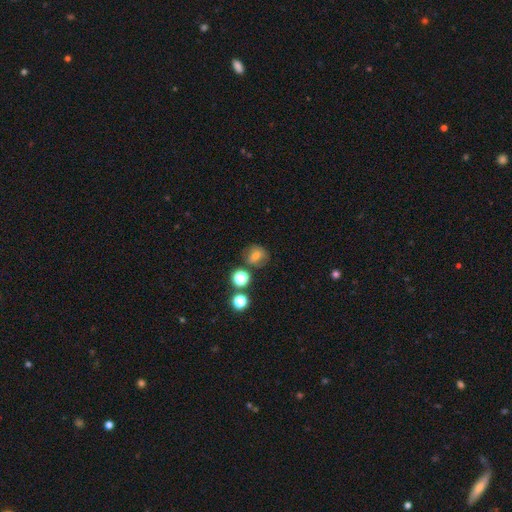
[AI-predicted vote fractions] This is likely a smooth galaxy (63%). How rounded: likely round (74%). Merging: likely none (68%).